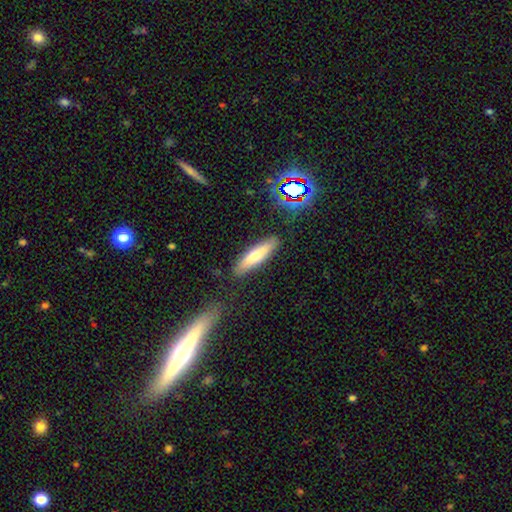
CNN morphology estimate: This appears to be a smooth galaxy with no disk features (64%) that is cigar-shaped (75%). Merging: none (84%).